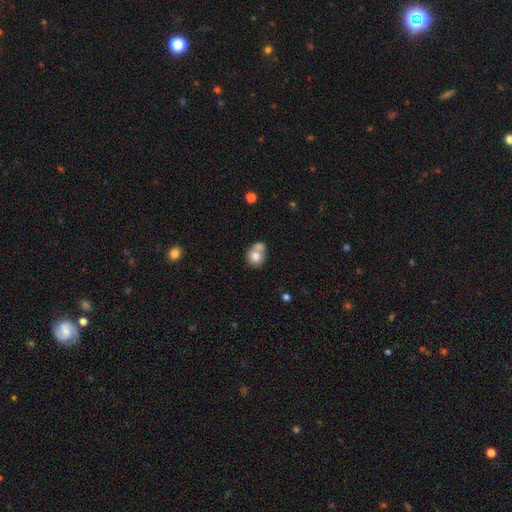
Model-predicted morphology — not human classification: This appears to be a smooth galaxy with no disk features (76%) that is round (73%). Merging: merger (46%).